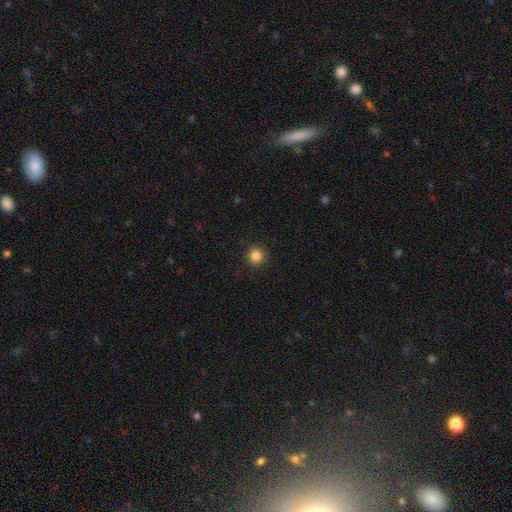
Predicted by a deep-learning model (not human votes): smooth_or_featured: smooth (p=0.85) [alt: star or artifact p=0.11]
how_rounded: round (p=0.94) [alt: in between p=0.05]
merging: none (p=0.92) [alt: minor disturbance p=0.05]